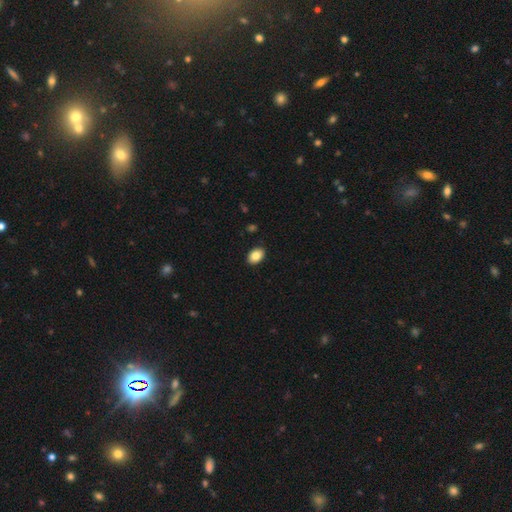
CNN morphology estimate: Smooth or featured?
  - smooth: 86% *
  - star or artifact: 8%
  - featured or disk: 7%
How rounded?
  - in between: 83% *
  - round: 16%
  - cigar-shaped: 1%
Merging?
  - none: 90% *
  - minor disturbance: 7%
  - major disturbance: 2%
  - merger: 1%